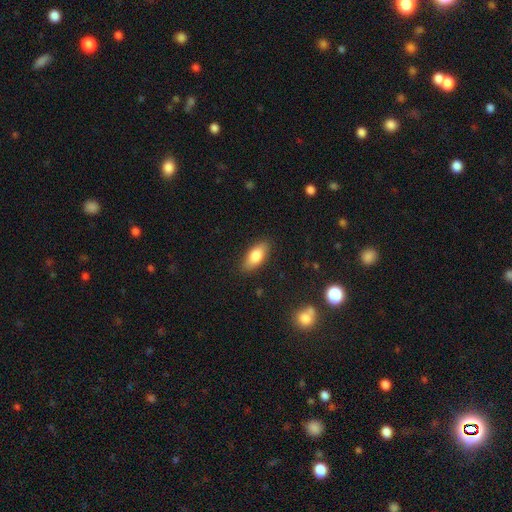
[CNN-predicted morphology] Overall: smooth (79%). How rounded: in between (84%). Merging: none (86%).